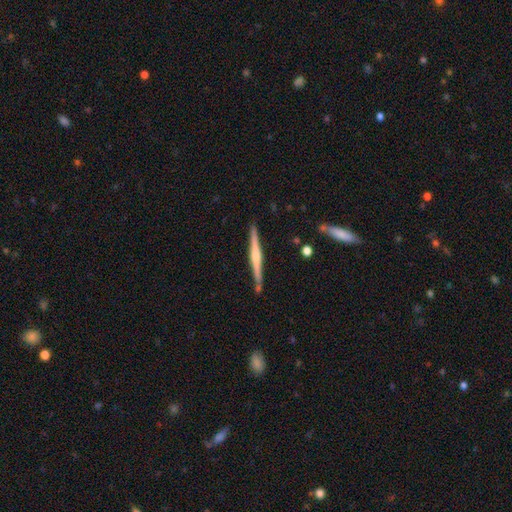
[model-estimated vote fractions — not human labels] A featured or disk galaxy (70%) viewed edge-on (98%) with a rounded central bulge (63%).

Vote fractions:
- Smooth or featured? featured or disk: 70% / smooth: 25% / star or artifact: 5%
- Edge-on disk? yes: 98% / no: 2%
- Edge-on bulge? rounded: 63% / none: 20% / boxy: 17%
- Merging? none: 87% / minor disturbance: 9% / merger: 3% / major disturbance: 2%